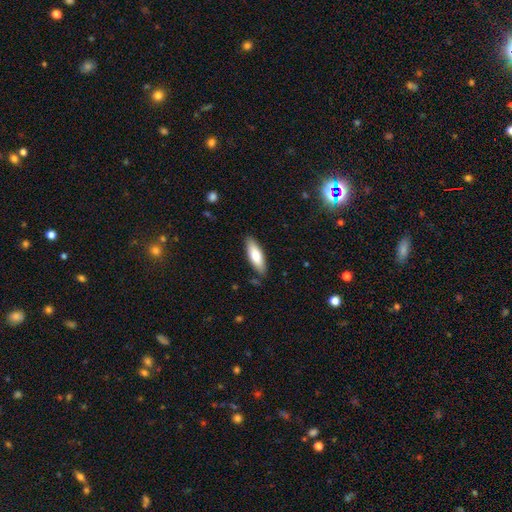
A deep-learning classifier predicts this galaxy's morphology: This appears to be a smooth galaxy with no disk features (75%) that is in between round and cigar-shaped (58%). Merging: none (85%).